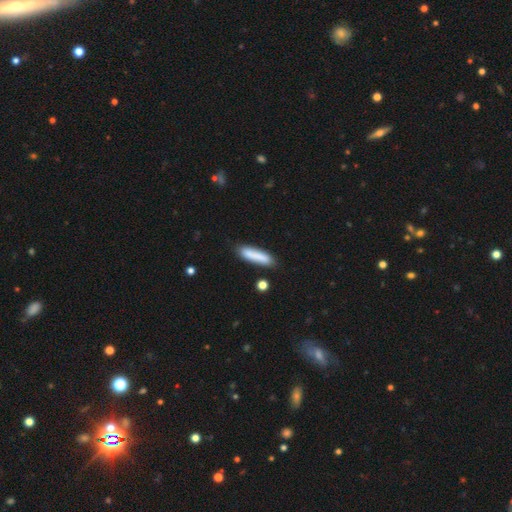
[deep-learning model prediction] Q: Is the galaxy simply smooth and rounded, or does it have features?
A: smooth — 84%.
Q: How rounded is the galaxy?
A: cigar-shaped — 77%.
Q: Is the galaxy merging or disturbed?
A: none — 80%.